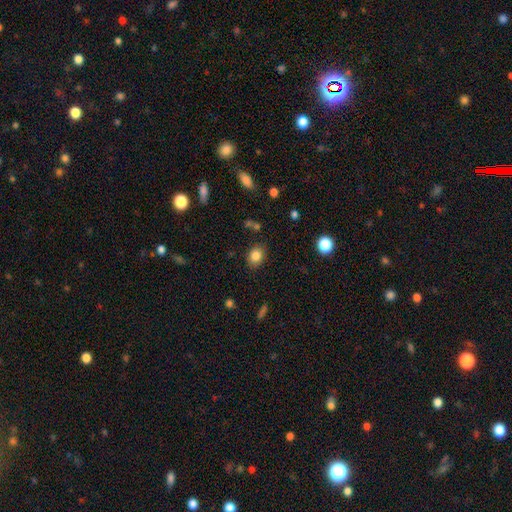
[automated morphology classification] Overall: smooth (83%). How rounded: in between (52%; round 47%). Merging: none (84%).